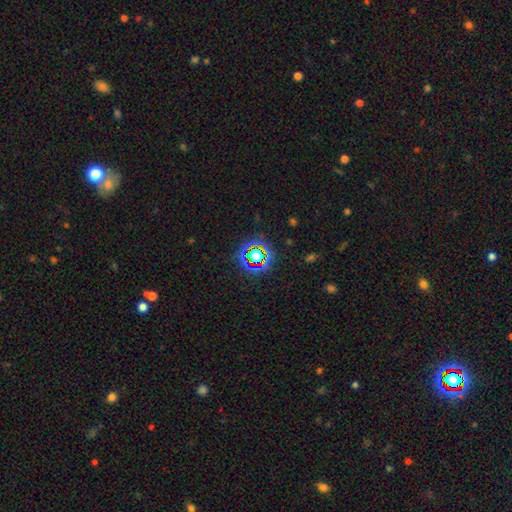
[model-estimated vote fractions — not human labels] smooth_or_featured: star or artifact (p=0.68) [alt: smooth p=0.21]